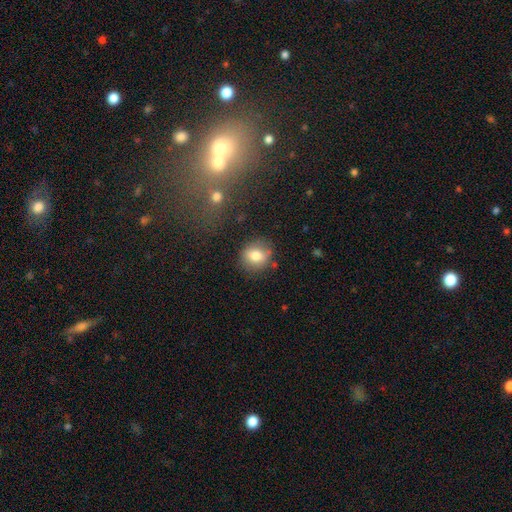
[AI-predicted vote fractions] Q: Smooth or featured?
A: smooth (76%); runner-up: featured or disk (14%)
Q: How rounded?
A: round (76%); runner-up: in between (23%)
Q: Merging?
A: none (78%); runner-up: minor disturbance (14%)